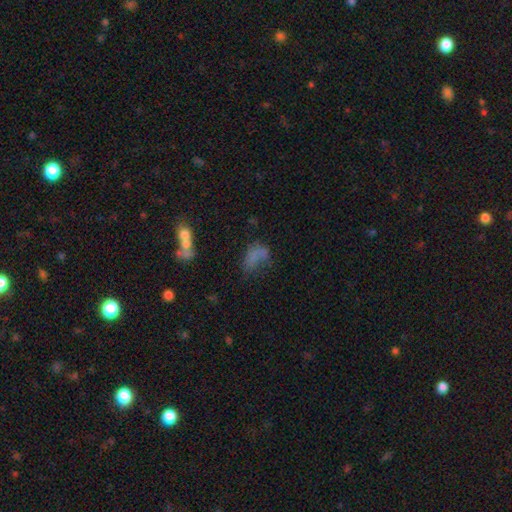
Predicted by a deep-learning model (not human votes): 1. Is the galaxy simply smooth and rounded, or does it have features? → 56% smooth, 26% featured or disk, 17% star or artifact.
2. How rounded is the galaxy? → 83% in between, 13% round, 5% cigar-shaped.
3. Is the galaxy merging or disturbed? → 36% major disturbance, 28% none, 20% minor disturbance, 16% merger.